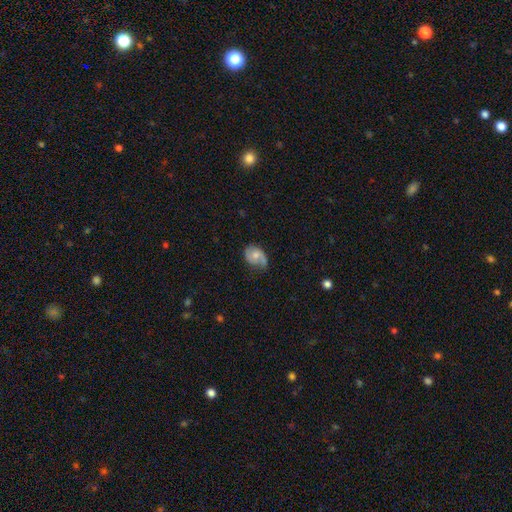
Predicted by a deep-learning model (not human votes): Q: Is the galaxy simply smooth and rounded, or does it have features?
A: featured or disk — 49%.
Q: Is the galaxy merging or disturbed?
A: none — 49%.